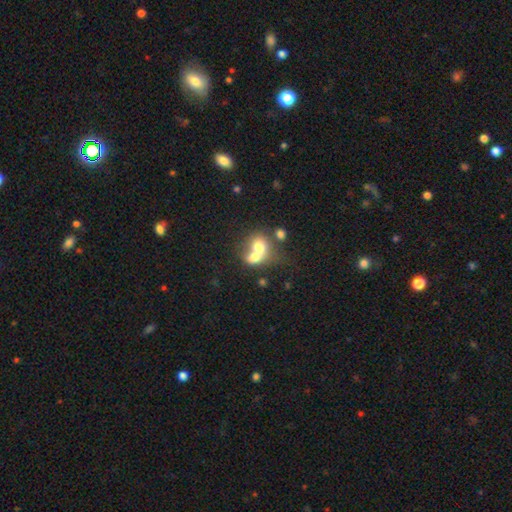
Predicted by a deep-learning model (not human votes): The model was most divided on "how rounded": round: 53%, in between: 46%, cigar-shaped: 1%. More confident: merging — merger (72%); smooth or featured — smooth (65%).